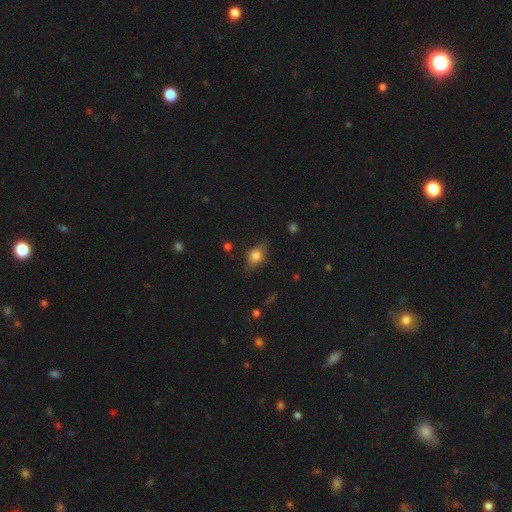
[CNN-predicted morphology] The model was most divided on "how rounded": in between: 67%, round: 29%, cigar-shaped: 4%. More confident: smooth or featured — smooth (72%); merging — none (71%).